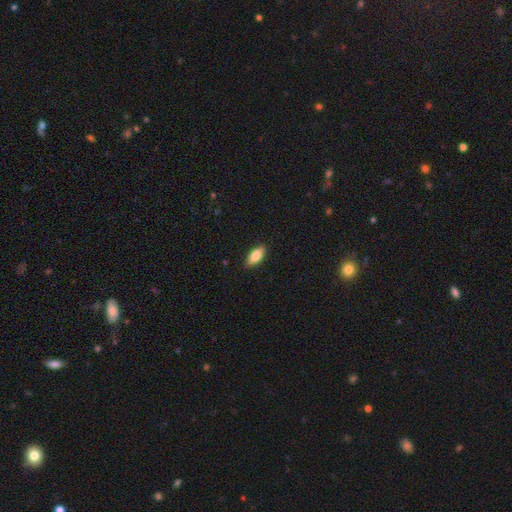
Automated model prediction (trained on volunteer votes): This is clearly a smooth galaxy (83%). How rounded: clearly in between (84%). Merging: clearly none (88%).